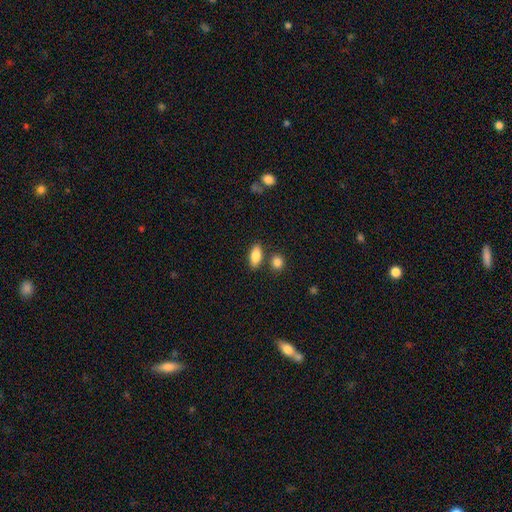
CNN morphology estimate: Smooth or featured? smooth (84%)
How rounded? in between (83%)
Merging? none (77%)